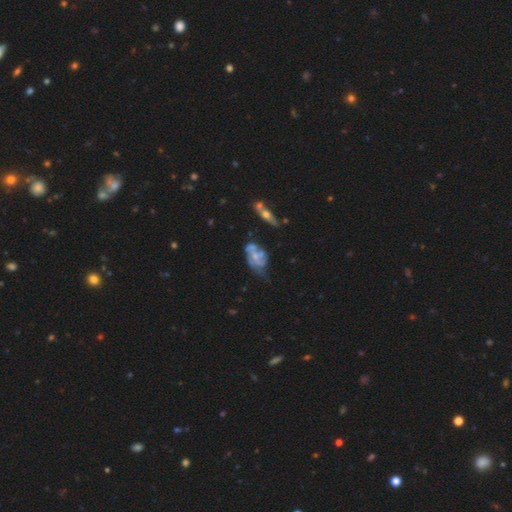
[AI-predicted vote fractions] Q: Smooth or featured?
A: featured or disk (71%); runner-up: smooth (21%)
Q: Edge-on disk?
A: no (95%); runner-up: yes (5%)
Q: Bar?
A: no (69%); runner-up: weak (25%)
Q: Spiral arms?
A: yes (70%); runner-up: no (30%)
Q: Bulge size?
A: small (50%); runner-up: moderate (31%)
Q: Merging?
A: none (33%); runner-up: minor disturbance (27%)